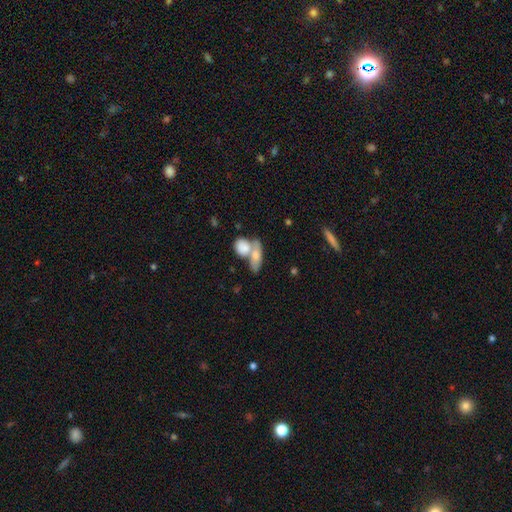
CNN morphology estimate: A smooth galaxy with no disk features (72%) that is in between round and cigar-shaped (69%). Merging: merger (60%).